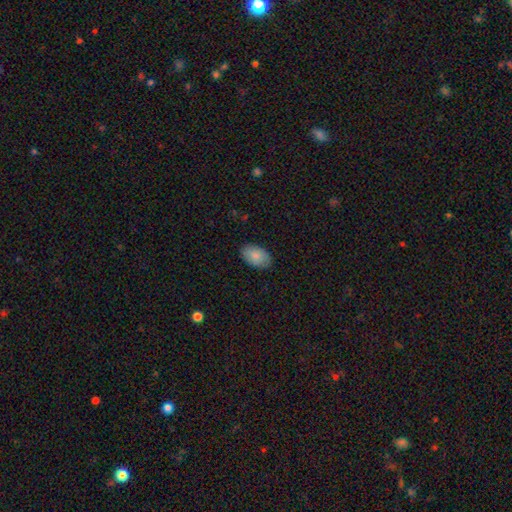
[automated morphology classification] type=smooth (84%); roundness=in between (93%); merging=none (86%).